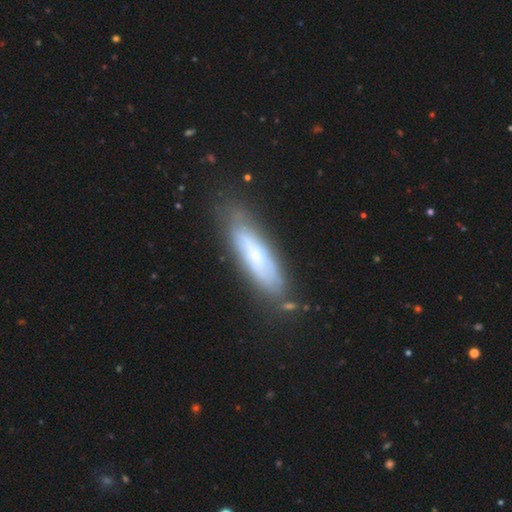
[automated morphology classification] type=smooth (56%); roundness=cigar-shaped (65%); merging=none (72%).